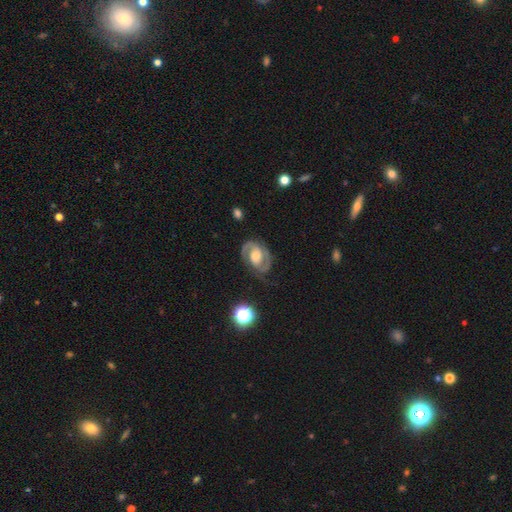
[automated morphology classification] The model was most divided on "bar": no: 46%, weak: 38%, strong: 16%. More confident: edge-on disk — no (98%); spiral arms — yes (97%); spiral arm count — 2 (92%); smooth or featured — featured or disk (89%); merging — none (76%); bulge size — moderate (58%); spiral winding — medium (52%).